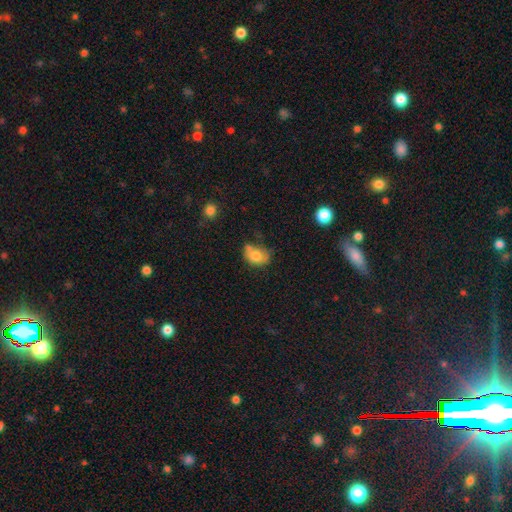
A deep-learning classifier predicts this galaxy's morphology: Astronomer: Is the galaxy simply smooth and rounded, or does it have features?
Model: smooth — 73%.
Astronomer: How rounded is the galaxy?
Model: in between — 61% (runner-up: round, 38%).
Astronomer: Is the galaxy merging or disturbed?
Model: none — 40% (runner-up: minor disturbance, 28%).